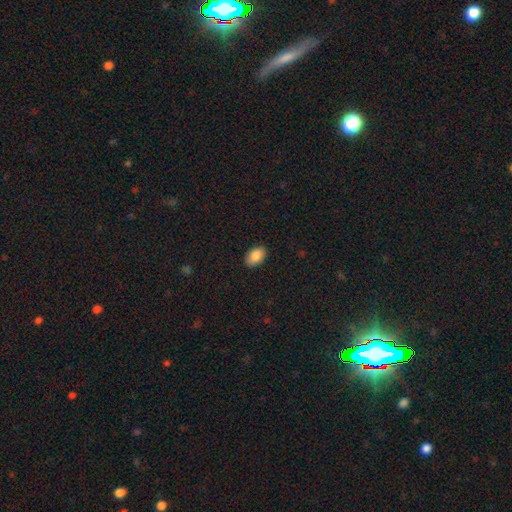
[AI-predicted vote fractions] A smooth galaxy with no disk features (88%) that is in between round and cigar-shaped (91%). Merging: none (89%).